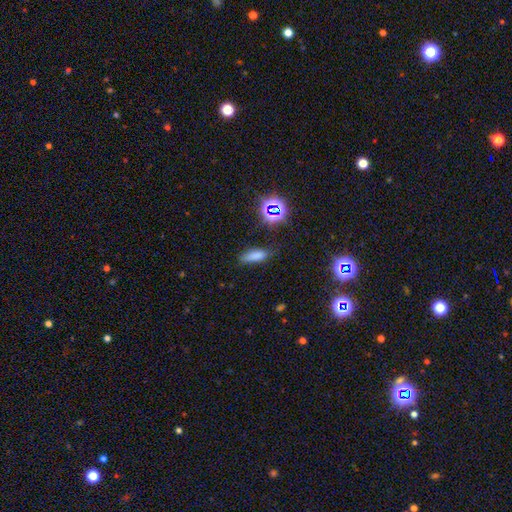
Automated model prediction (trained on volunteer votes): Smooth or featured? Predicted: smooth (p=0.73). How rounded? Predicted: in between (p=0.58). Merging? Predicted: none (p=0.71).